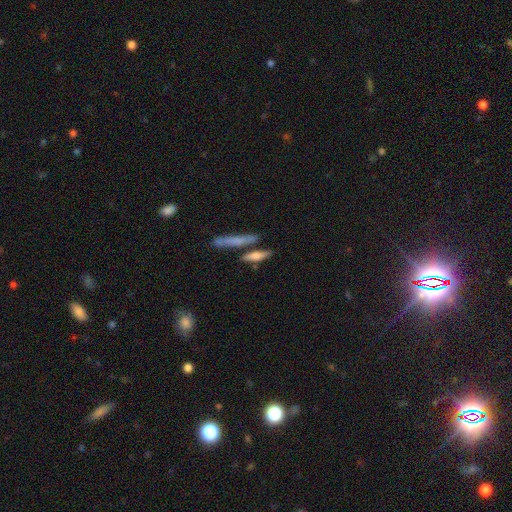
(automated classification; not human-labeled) smooth-or-featured: smooth: 59% | featured or disk: 33% | star or artifact: 8%
  how-rounded: cigar-shaped: 77% | in between: 20% | round: 3%
  merging: none: 64% | merger: 19% | minor disturbance: 13% | major disturbance: 5%